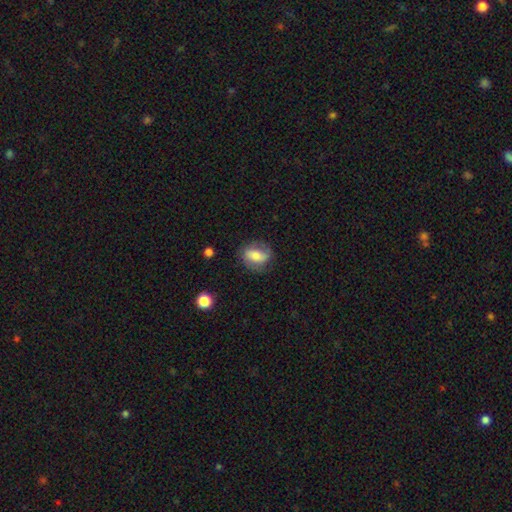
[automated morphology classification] Q: Smooth or featured?
A: smooth (58%); runner-up: featured or disk (34%)
Q: How rounded?
A: in between (68%); runner-up: round (29%)
Q: Merging?
A: none (72%); runner-up: minor disturbance (19%)